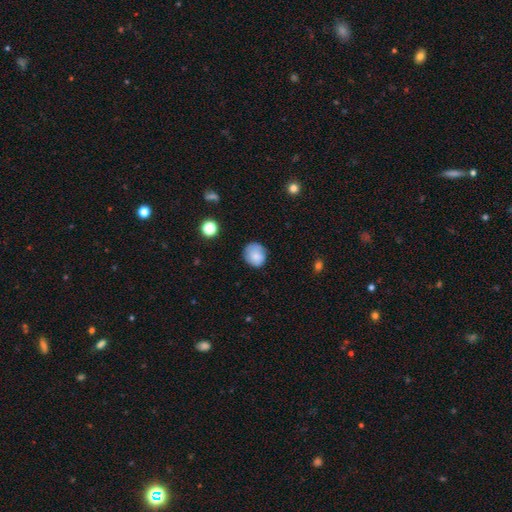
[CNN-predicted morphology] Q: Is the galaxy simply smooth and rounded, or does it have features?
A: smooth — 79%.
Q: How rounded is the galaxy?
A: round — 74%.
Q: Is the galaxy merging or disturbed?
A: none — 69%.